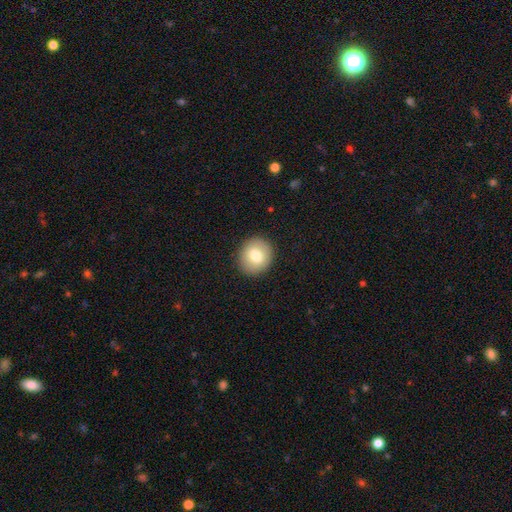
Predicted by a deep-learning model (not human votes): Overall: smooth (78%). How rounded: round (84%). Merging: none (91%).